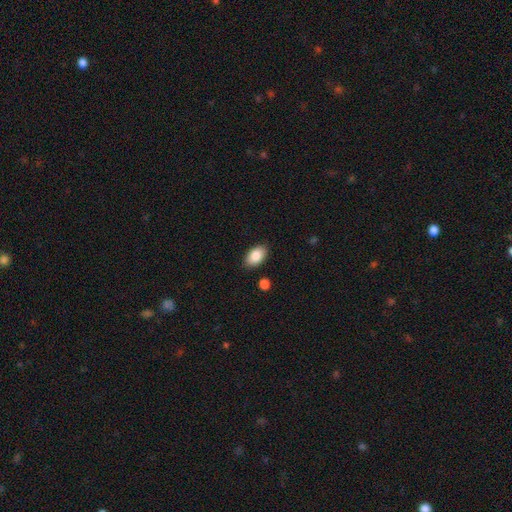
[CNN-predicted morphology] smooth 87%, star or artifact 7%, featured or disk 6%. Down the decision tree: how rounded — in between (93%); merging — none (86%).